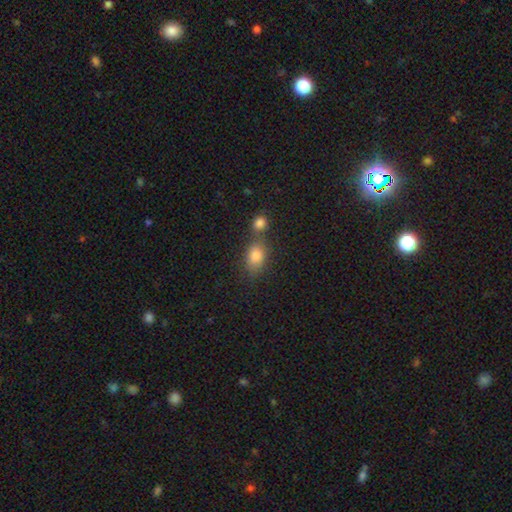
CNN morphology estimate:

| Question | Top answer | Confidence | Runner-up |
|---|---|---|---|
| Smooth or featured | smooth | 82% | star or artifact (10%) |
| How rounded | in between | 74% | round (23%) |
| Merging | none | 50% | merger (33%) |